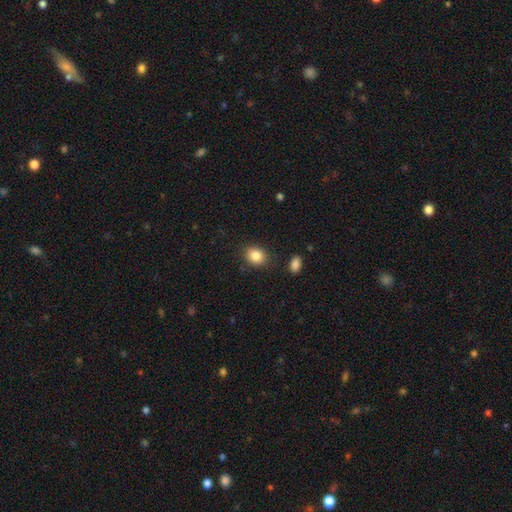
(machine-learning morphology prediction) Overall: smooth (86%). How rounded: in between (53%; round 46%). Merging: none (85%).